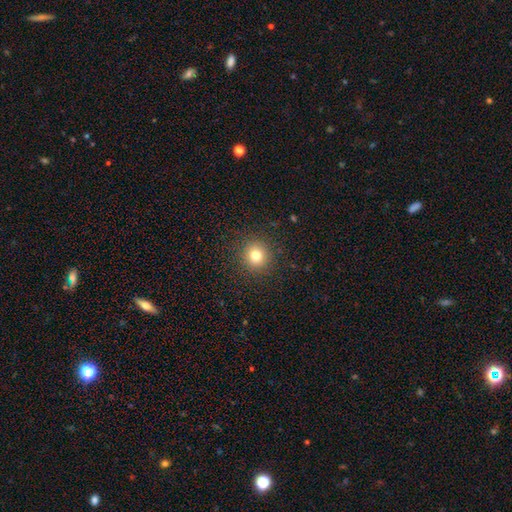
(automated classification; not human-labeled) Smooth or featured? smooth (78%)
How rounded? round (93%)
Merging? none (91%)